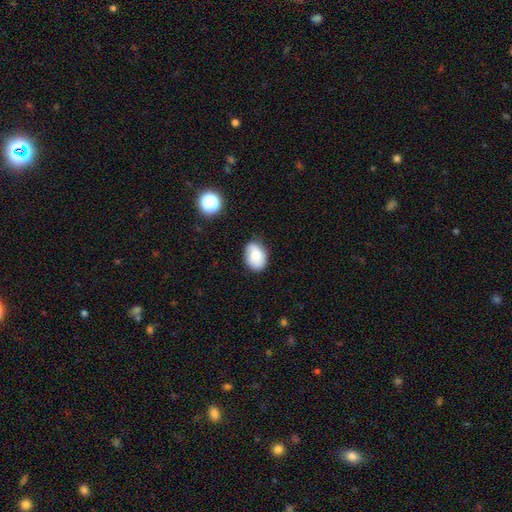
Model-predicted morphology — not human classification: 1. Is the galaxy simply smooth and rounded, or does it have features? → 75% smooth, 16% featured or disk, 9% star or artifact.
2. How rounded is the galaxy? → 76% in between, 23% round, 1% cigar-shaped.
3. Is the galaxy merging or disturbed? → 75% none, 19% minor disturbance, 4% major disturbance, 2% merger.